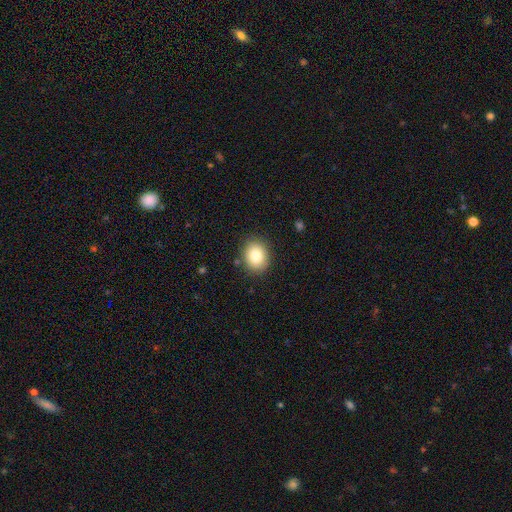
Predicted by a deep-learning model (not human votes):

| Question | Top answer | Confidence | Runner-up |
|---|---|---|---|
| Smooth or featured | smooth | 83% | star or artifact (9%) |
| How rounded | round | 52% | in between (47%) |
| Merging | none | 87% | minor disturbance (9%) |